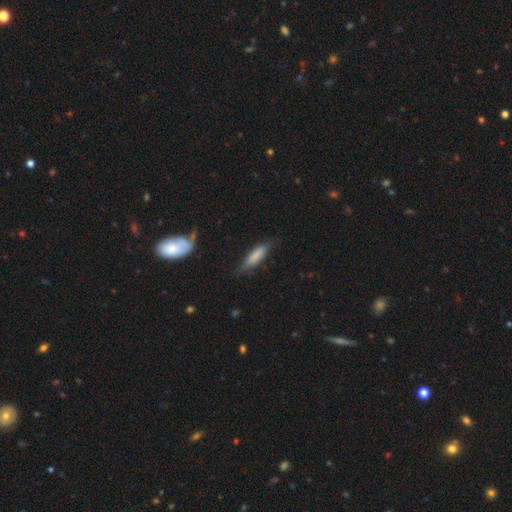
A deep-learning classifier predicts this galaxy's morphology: type=smooth (72%); roundness=cigar-shaped (68%); merging=none (71%).